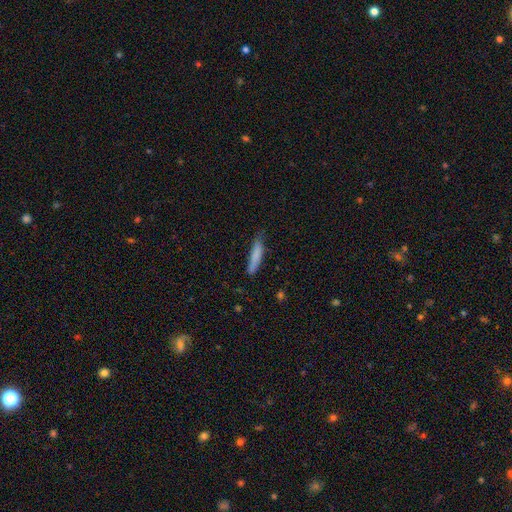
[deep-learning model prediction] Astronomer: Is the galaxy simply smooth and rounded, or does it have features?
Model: smooth — 81%.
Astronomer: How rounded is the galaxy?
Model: cigar-shaped — 87%.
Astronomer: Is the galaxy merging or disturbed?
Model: none — 72%.